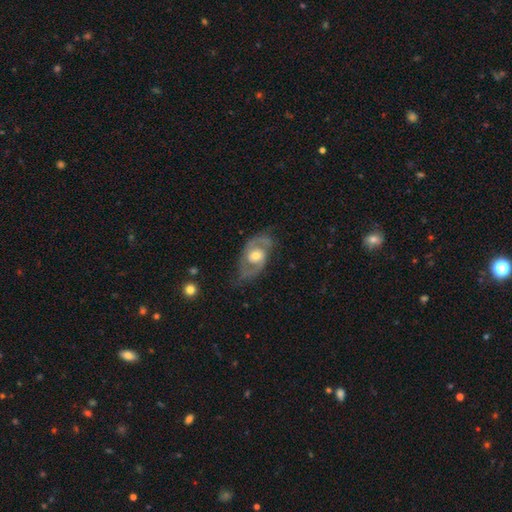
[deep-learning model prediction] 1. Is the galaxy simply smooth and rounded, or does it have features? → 86% featured or disk, 9% smooth, 5% star or artifact.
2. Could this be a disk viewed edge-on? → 96% no, 4% yes.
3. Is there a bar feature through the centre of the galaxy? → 58% no, 34% weak, 8% strong.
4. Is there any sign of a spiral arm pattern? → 93% yes, 7% no.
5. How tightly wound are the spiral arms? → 55% medium, 26% tight, 19% loose.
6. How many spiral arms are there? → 90% 2, 4% can't tell, 2% 1, 1% 3, 1% 4, 1% more than 4.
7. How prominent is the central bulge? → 65% moderate, 22% small, 10% large, 1% none, 1% dominant.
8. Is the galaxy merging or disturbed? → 74% none, 17% minor disturbance, 8% major disturbance, 1% merger.